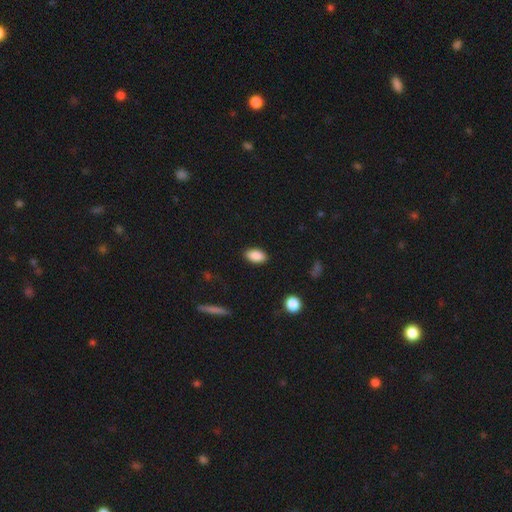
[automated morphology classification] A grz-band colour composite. It shows a smooth galaxy with no disk features (88%) that is in between round and cigar-shaped (92%). Merging: none (89%).